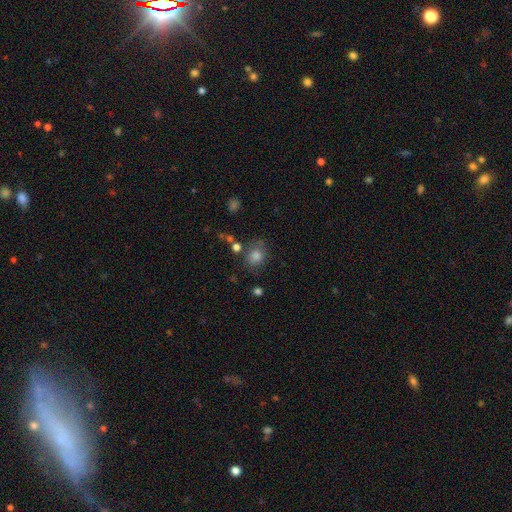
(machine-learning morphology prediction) Smooth or featured? smooth (77%)
How rounded? round (64%)
Merging? none (66%)